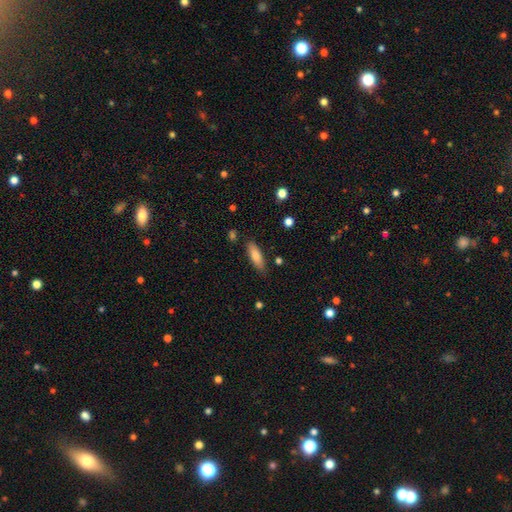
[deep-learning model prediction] Smooth or featured: smooth — 79% (featured or disk — 14%)
How rounded: in between — 51% (cigar-shaped — 47%)
Merging: none — 83% (minor disturbance — 12%)